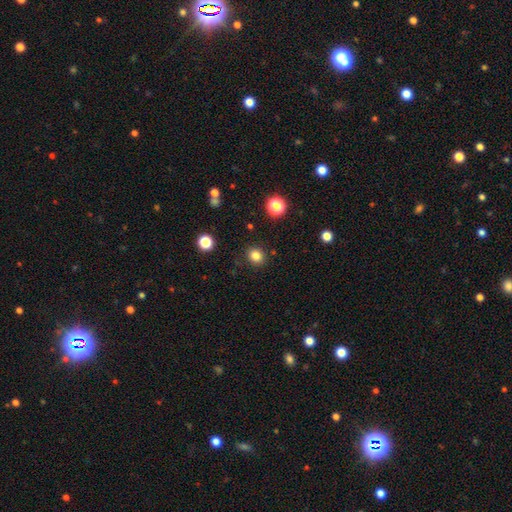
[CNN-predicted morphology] smooth 83%, star or artifact 12%, featured or disk 5%. Down the decision tree: how rounded — round (79%); merging — none (89%).